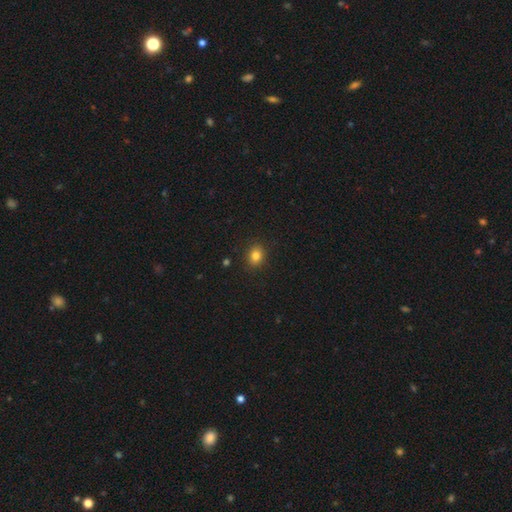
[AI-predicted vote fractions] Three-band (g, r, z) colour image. It shows a smooth galaxy with no disk features (83%) that is round (59%). Merging: none (89%).